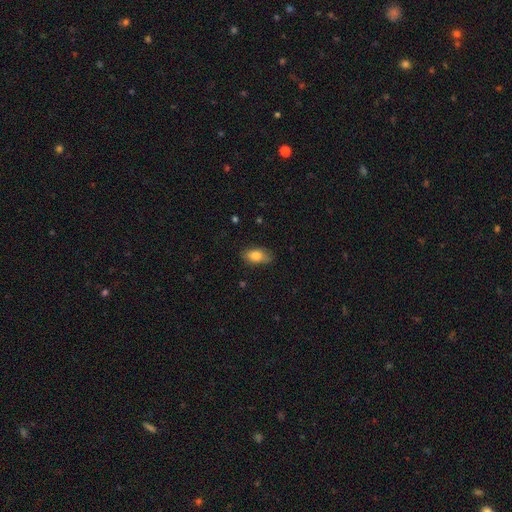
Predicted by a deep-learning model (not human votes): This appears to be a smooth galaxy with no disk features (82%) that is in between round and cigar-shaped (89%). Merging: none (78%).